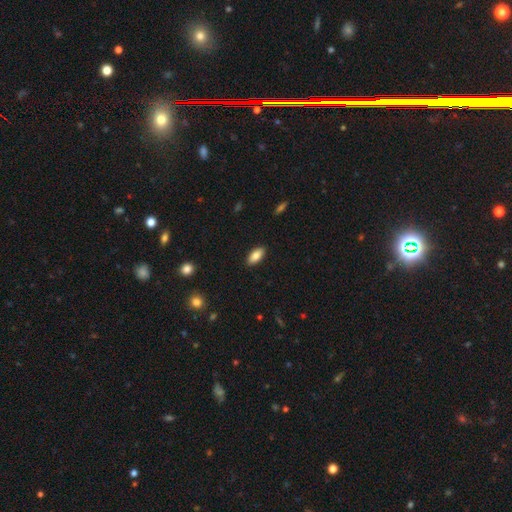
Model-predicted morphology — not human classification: Smooth or featured?
  - smooth: 83% *
  - featured or disk: 10%
  - star or artifact: 7%
How rounded?
  - in between: 88% *
  - cigar-shaped: 10%
  - round: 2%
Merging?
  - none: 89% *
  - minor disturbance: 8%
  - major disturbance: 2%
  - merger: 1%